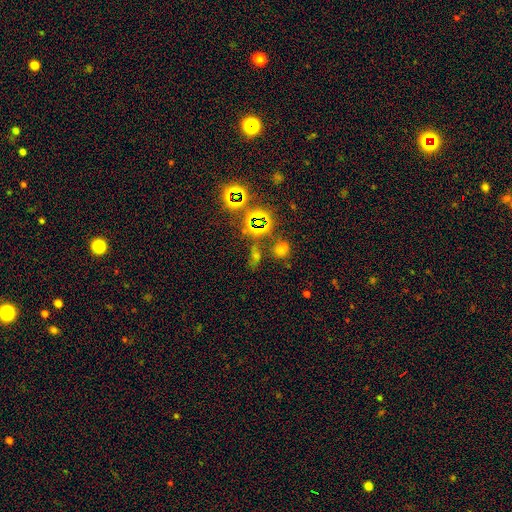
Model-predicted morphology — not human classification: Smooth or featured?
  - star or artifact: 60% *
  - smooth: 28%
  - featured or disk: 12%